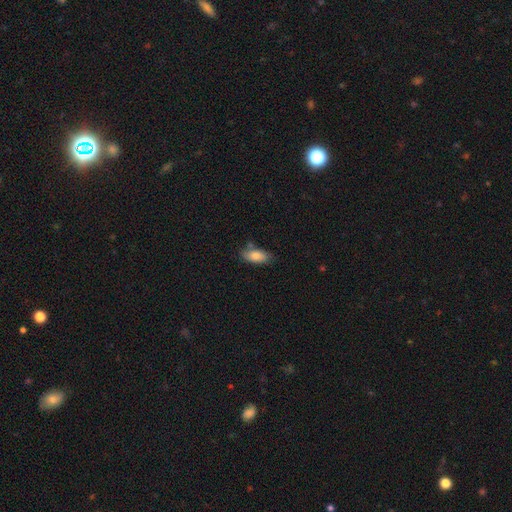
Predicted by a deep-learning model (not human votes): smooth 84%, featured or disk 9%, star or artifact 7%. Down the decision tree: how rounded — in between (87%); merging — none (74%).